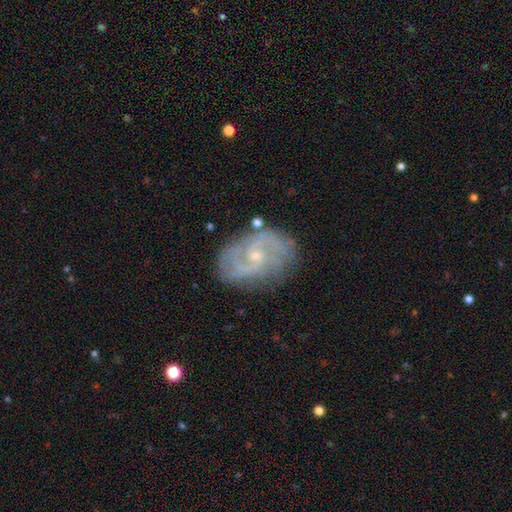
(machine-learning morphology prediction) Smooth or featured: featured or disk — 84% (smooth — 10%)
Edge-on disk: no — 97% (yes — 3%)
Bar: no — 55% (weak — 39%)
Spiral arms: yes — 94% (no — 6%)
Spiral winding: medium — 46% (tight — 31%)
Spiral arm count: 2 — 62% (can't tell — 18%)
Bulge size: small — 71% (moderate — 25%)
Merging: none — 75% (minor disturbance — 17%)